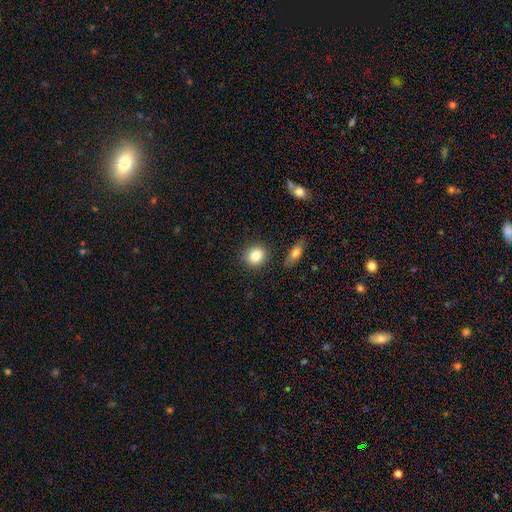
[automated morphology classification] smooth 85%, star or artifact 8%, featured or disk 7%. Down the decision tree: how rounded — round (75%); merging — none (86%).